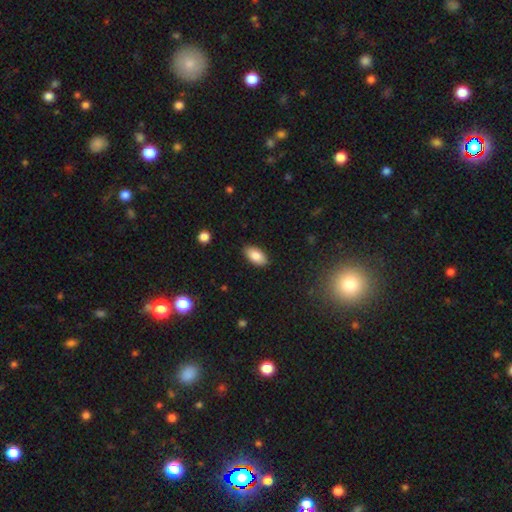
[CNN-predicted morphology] type=smooth (85%); roundness=in between (94%); merging=none (88%).